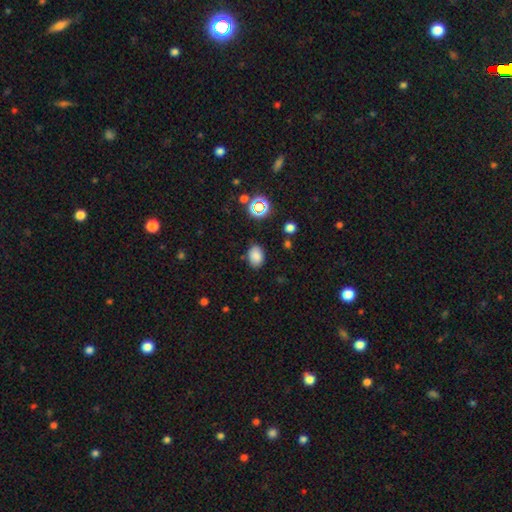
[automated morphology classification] This is clearly a smooth galaxy (82%). How rounded: likely in between (78%). Merging: clearly none (82%).